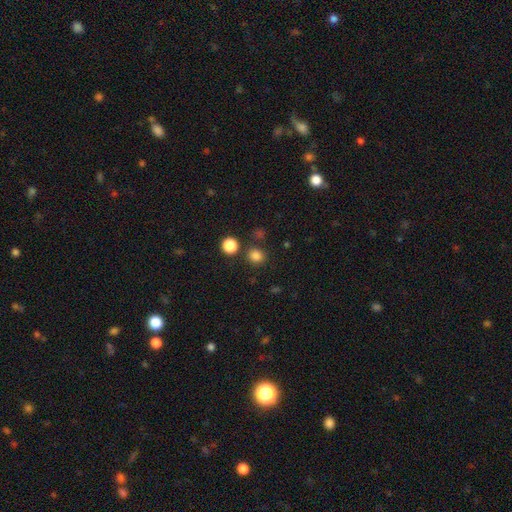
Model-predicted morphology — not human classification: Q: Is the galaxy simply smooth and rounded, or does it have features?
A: smooth — 82%.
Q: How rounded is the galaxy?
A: round — 84%.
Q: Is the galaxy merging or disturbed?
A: none — 84%.